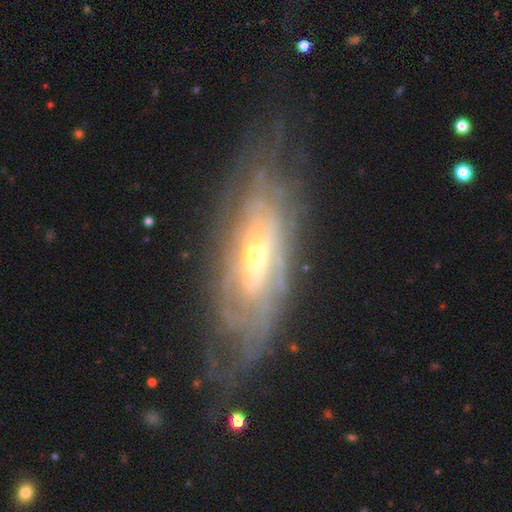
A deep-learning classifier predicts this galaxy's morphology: smooth-or-featured: featured or disk: 83% | smooth: 11% | star or artifact: 6%
  disk-edge-on: no: 82% | yes: 18%
    bar: no: 46% | weak: 37% | strong: 17%
    has-spiral-arms: yes: 85% | no: 15%
      spiral-winding: tight: 71% | medium: 22% | loose: 7%
      spiral-arm-count: can't tell: 62% | 2: 12% | more than 4: 8% | 3: 7% | 4: 7% | 1: 4%
    bulge-size: moderate: 60% | small: 27% | large: 11% | none: 2% | dominant: 1%
  merging: none: 67% | minor disturbance: 20% | major disturbance: 12% | merger: 2%